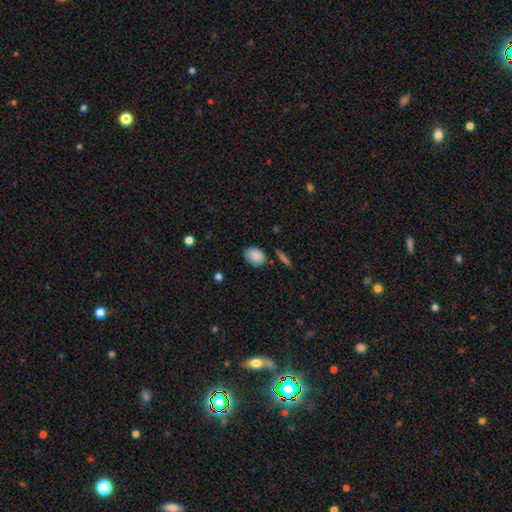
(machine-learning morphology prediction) A smooth galaxy with no disk features (86%) that is in between round and cigar-shaped (62%). Merging: none (71%).